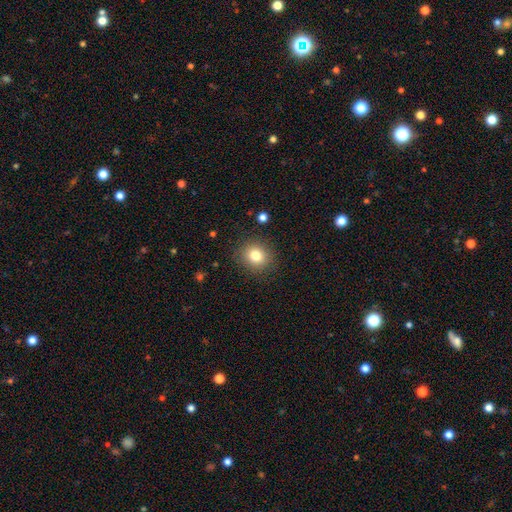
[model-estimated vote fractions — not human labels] The model was most divided on "how rounded": round: 80%, in between: 20%, cigar-shaped: 1%. More confident: merging — none (87%); smooth or featured — smooth (80%).